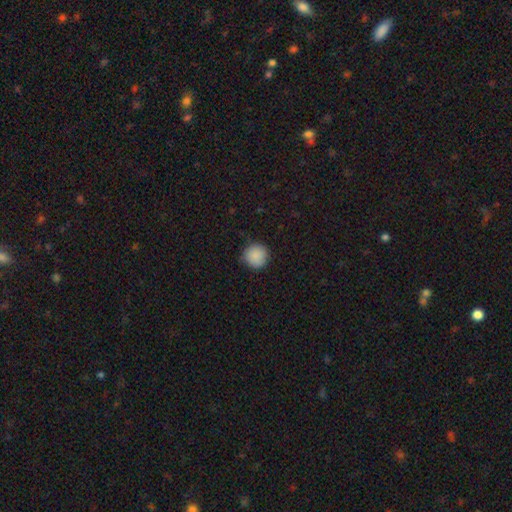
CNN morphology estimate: smooth 88%, star or artifact 8%, featured or disk 3%. Down the decision tree: how rounded — round (94%); merging — none (85%).